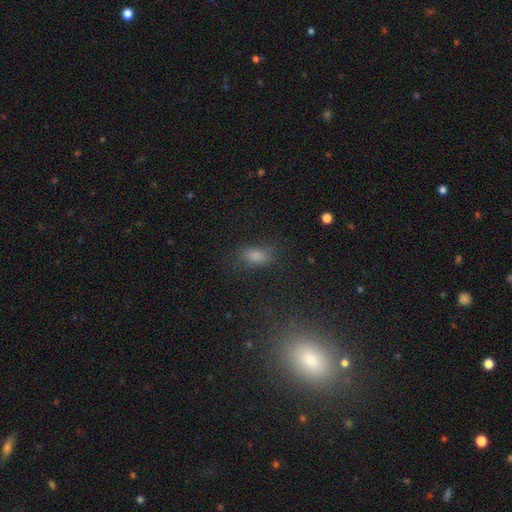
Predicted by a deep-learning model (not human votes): Smooth or featured: smooth — 68% (star or artifact — 22%)
How rounded: in between — 81% (round — 13%)
Merging: none — 74% (minor disturbance — 16%)